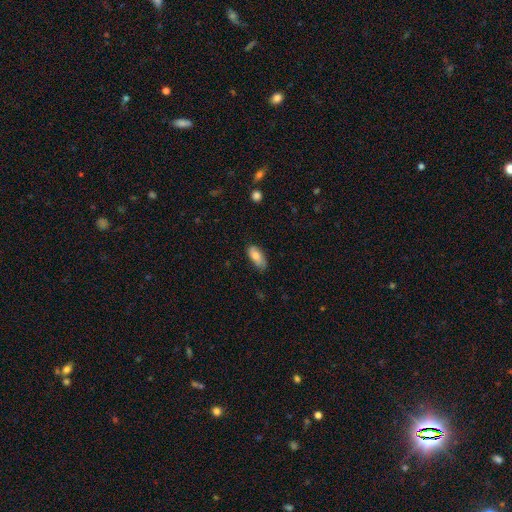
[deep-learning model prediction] A smooth galaxy with no disk features (76%) that is in between round and cigar-shaped (88%).

Vote fractions:
- Smooth or featured? smooth: 76% / featured or disk: 17% / star or artifact: 7%
- How rounded? in between: 88% / cigar-shaped: 9% / round: 3%
- Merging? none: 72% / minor disturbance: 23% / major disturbance: 4% / merger: 1%